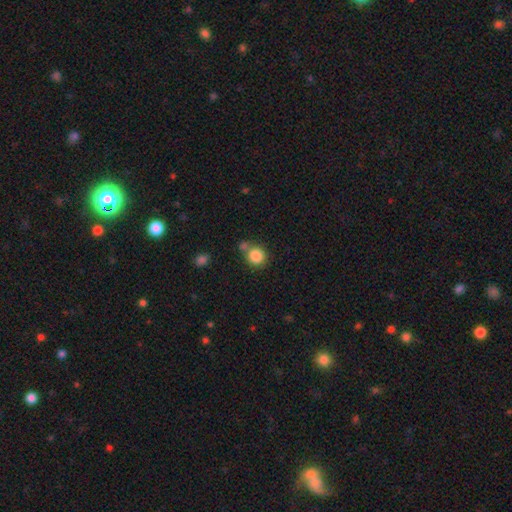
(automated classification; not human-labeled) smooth_or_featured: smooth (p=0.86) [alt: star or artifact p=0.09]
how_rounded: round (p=0.86) [alt: in between p=0.13]
merging: none (p=0.60) [alt: merger p=0.24]